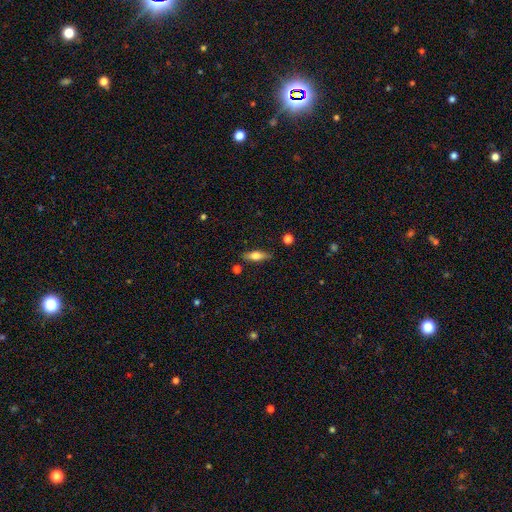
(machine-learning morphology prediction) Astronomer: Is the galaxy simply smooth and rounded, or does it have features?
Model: smooth — 56% (runner-up: featured or disk, 37%).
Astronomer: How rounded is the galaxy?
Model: in between — 54% (runner-up: cigar-shaped, 43%).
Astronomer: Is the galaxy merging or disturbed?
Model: none — 83%.